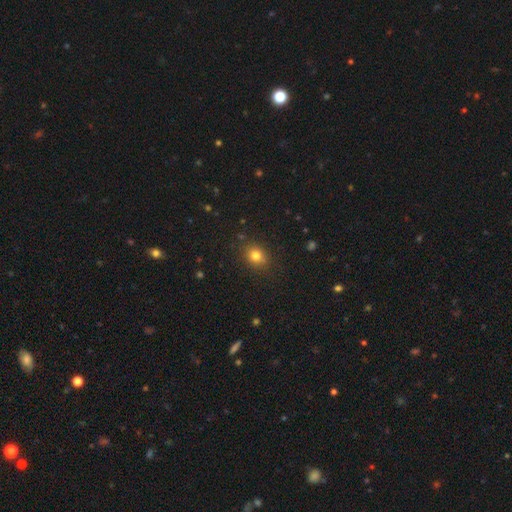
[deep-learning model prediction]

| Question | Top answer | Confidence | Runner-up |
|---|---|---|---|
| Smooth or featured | smooth | 80% | star or artifact (13%) |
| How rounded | round | 60% | in between (39%) |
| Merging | none | 86% | minor disturbance (10%) |